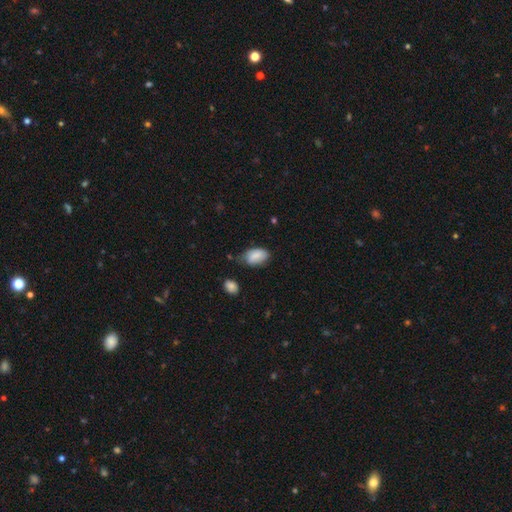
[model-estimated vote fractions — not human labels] Overall: smooth (85%). How rounded: in between (93%). Merging: none (55%; minor disturbance 34%).